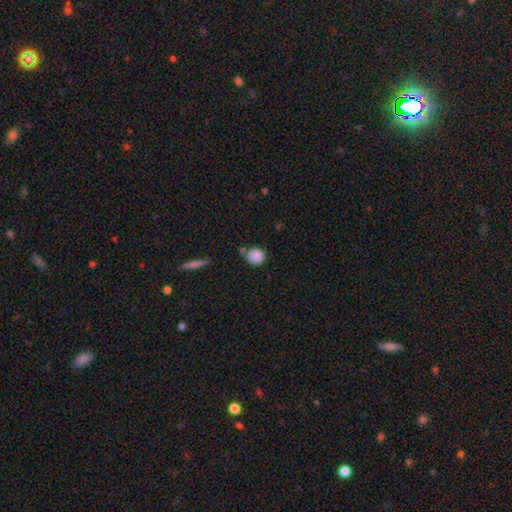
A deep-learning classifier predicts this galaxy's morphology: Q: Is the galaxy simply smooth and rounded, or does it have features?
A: smooth — 86%.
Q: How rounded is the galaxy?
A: round — 87%.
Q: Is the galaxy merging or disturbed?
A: none — 63%.